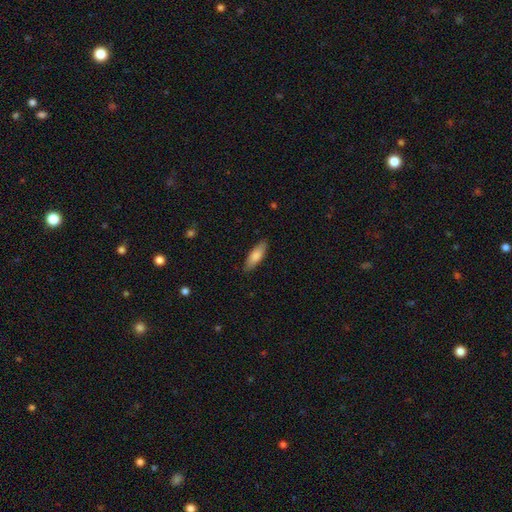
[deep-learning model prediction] Q: Smooth or featured?
A: smooth (81%); runner-up: featured or disk (14%)
Q: How rounded?
A: in between (58%); runner-up: cigar-shaped (40%)
Q: Merging?
A: none (87%); runner-up: minor disturbance (10%)